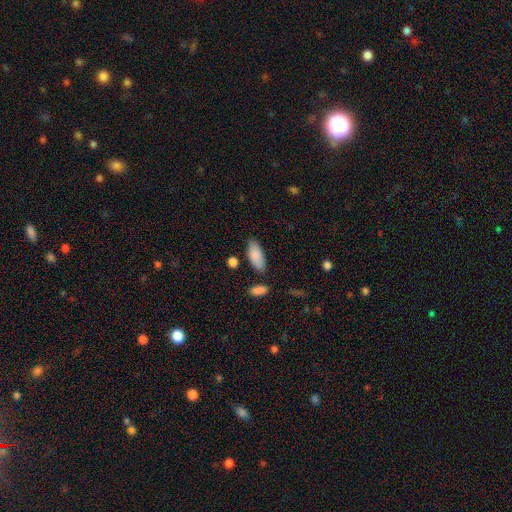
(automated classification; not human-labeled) smooth-or-featured: smooth: 88% | featured or disk: 6% | star or artifact: 6%
  how-rounded: in between: 84% | cigar-shaped: 13% | round: 2%
  merging: none: 77% | minor disturbance: 14% | merger: 5% | major disturbance: 4%